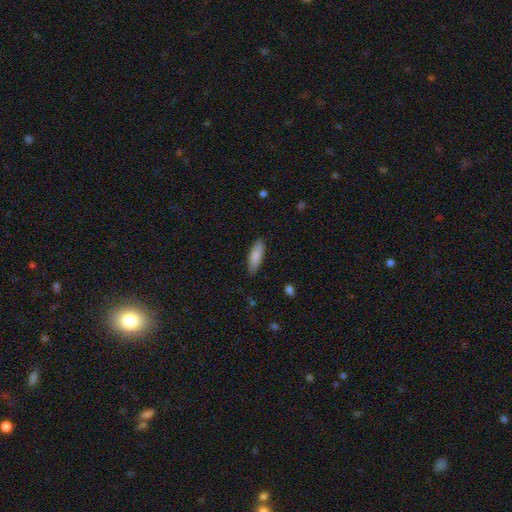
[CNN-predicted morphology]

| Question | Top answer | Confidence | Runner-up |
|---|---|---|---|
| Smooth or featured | smooth | 85% | featured or disk (9%) |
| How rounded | in between | 55% | cigar-shaped (43%) |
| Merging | none | 86% | minor disturbance (11%) |